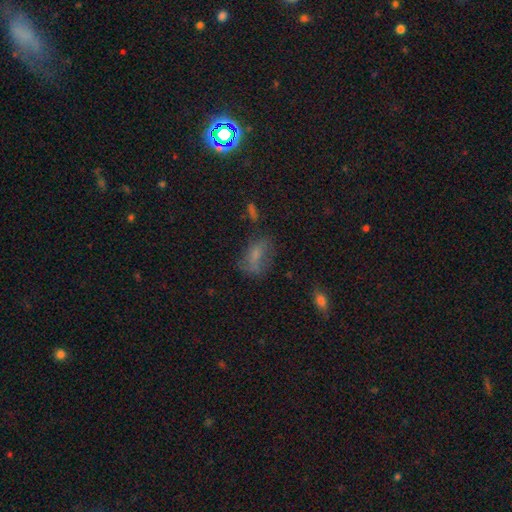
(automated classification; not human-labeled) Smooth or featured? smooth (58%)
How rounded? in between (81%)
Merging? none (50%)